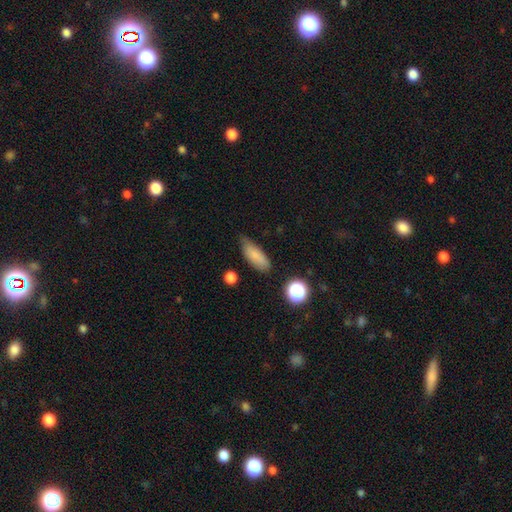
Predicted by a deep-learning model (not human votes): smooth-or-featured: smooth: 81% | featured or disk: 11% | star or artifact: 9%
  how-rounded: in between: 69% | cigar-shaped: 27% | round: 4%
  merging: none: 66% | minor disturbance: 27% | major disturbance: 5% | merger: 2%